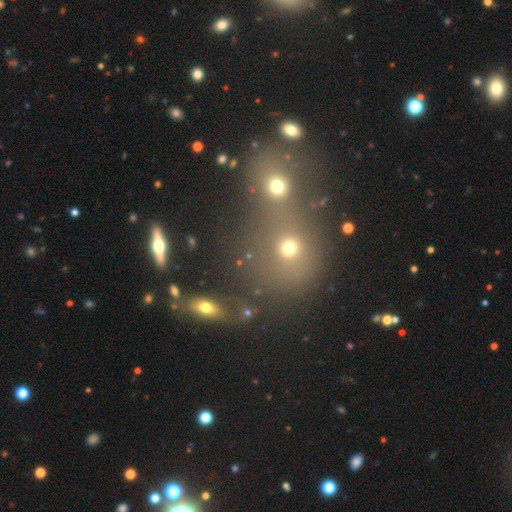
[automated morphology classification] The model was most divided on "smooth or featured": smooth: 46%, star or artifact: 41%, featured or disk: 13%. Remaining: merging — merger (48%).